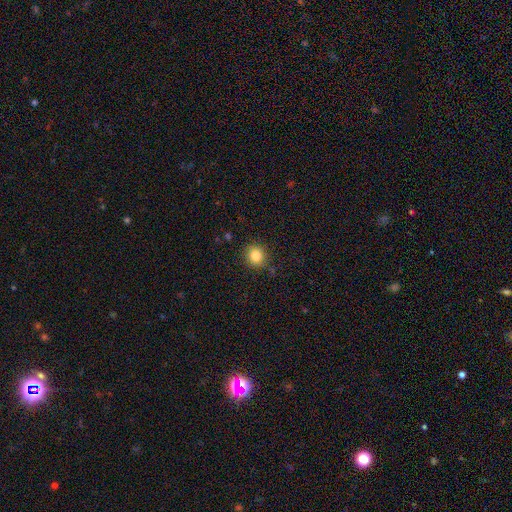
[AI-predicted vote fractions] A smooth galaxy with no disk features (84%) that is round (86%).

Vote fractions:
- Smooth or featured? smooth: 84% / star or artifact: 11% / featured or disk: 5%
- How rounded? round: 86% / in between: 13% / cigar-shaped: 1%
- Merging? none: 87% / minor disturbance: 9% / major disturbance: 2% / merger: 1%